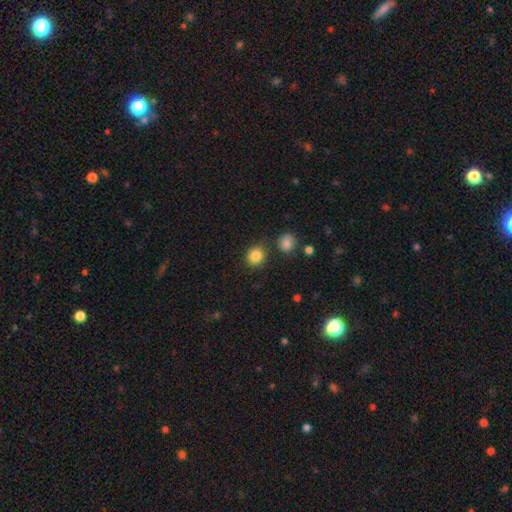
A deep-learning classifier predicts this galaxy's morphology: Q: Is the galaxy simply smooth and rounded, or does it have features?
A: smooth — 85%.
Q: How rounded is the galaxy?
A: round — 82%.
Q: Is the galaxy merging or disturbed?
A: none — 83%.